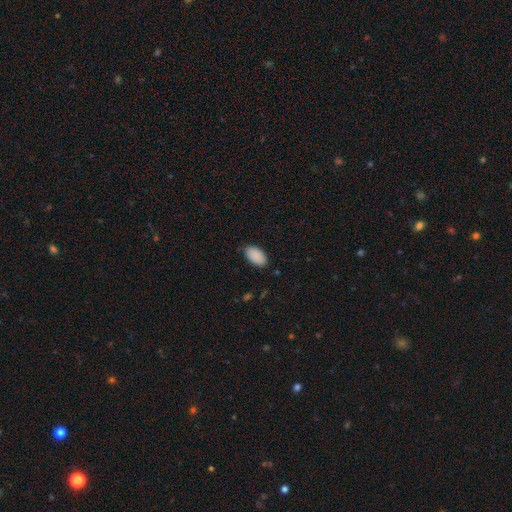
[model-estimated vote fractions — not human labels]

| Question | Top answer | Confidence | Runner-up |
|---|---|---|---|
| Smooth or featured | smooth | 90% | star or artifact (7%) |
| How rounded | in between | 95% | round (3%) |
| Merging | none | 83% | minor disturbance (14%) |